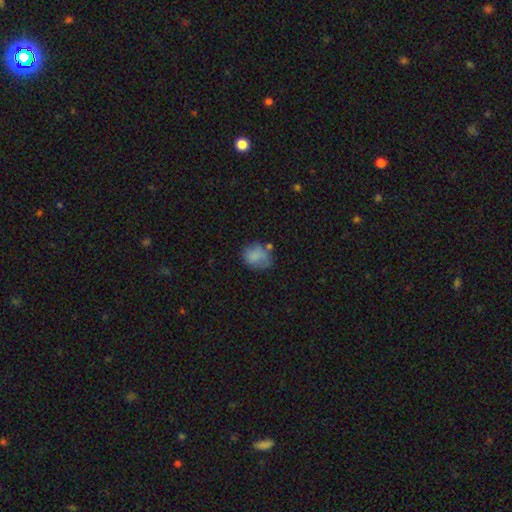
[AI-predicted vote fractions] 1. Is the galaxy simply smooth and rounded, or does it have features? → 78% smooth, 12% featured or disk, 10% star or artifact.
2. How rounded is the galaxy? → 59% round, 40% in between, 1% cigar-shaped.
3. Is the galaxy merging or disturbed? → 50% none, 28% minor disturbance, 13% major disturbance, 9% merger.